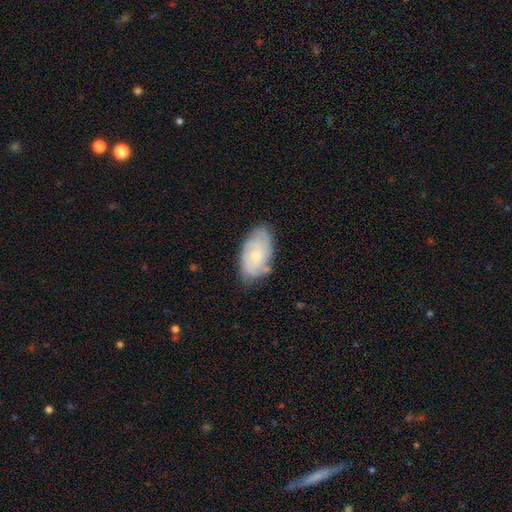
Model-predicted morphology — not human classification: Smooth or featured?
  - featured or disk: 53% *
  - smooth: 40%
  - star or artifact: 7%
Edge-on disk?
  - no: 94% *
  - yes: 6%
Merging?
  - none: 70% *
  - minor disturbance: 23%
  - major disturbance: 5%
  - merger: 2%